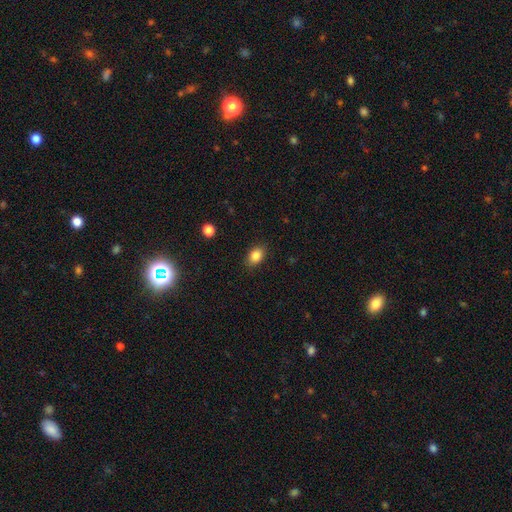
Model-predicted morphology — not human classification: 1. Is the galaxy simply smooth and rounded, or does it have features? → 85% smooth, 9% star or artifact, 6% featured or disk.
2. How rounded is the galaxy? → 75% in between, 24% round, 1% cigar-shaped.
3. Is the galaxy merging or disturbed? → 87% none, 10% minor disturbance, 2% major disturbance, 1% merger.